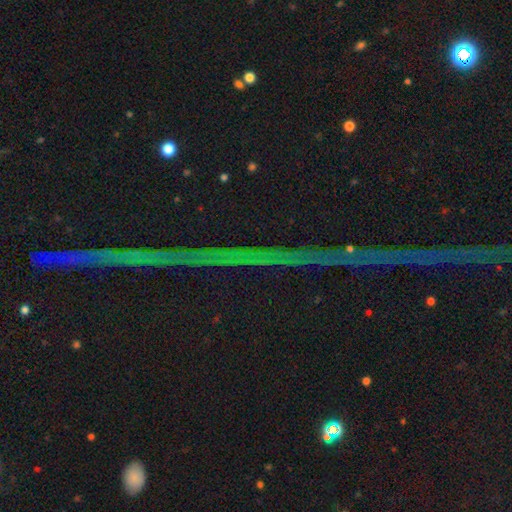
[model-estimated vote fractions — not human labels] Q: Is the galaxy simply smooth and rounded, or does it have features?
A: star or artifact — 83%.